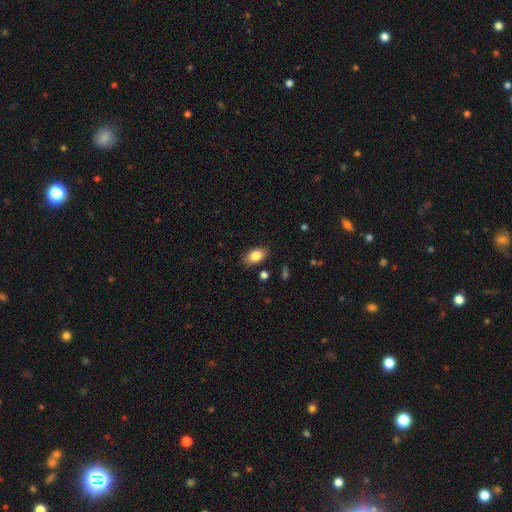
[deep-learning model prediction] The model was most divided on "merging": none: 84%, minor disturbance: 11%, major disturbance: 3%, merger: 2%. More confident: how rounded — in between (90%); smooth or featured — smooth (85%).